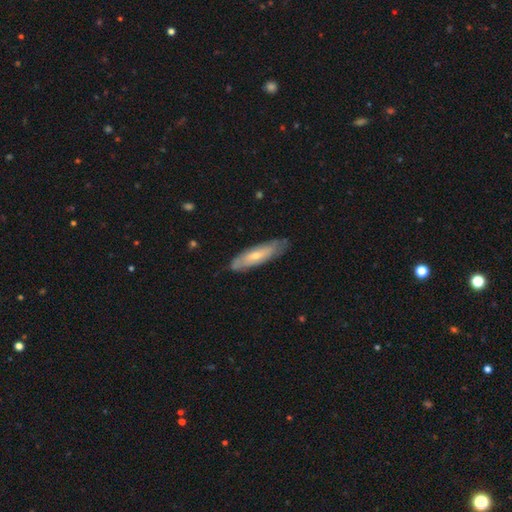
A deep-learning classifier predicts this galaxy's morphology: This appears to be a smooth galaxy with no disk features (47%, tied with featured or disk). Merging: none (75%).